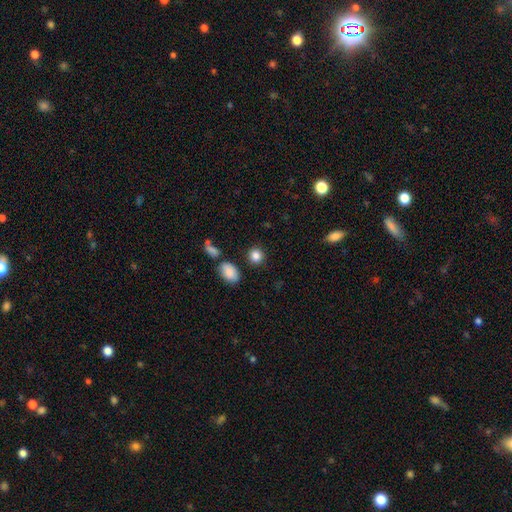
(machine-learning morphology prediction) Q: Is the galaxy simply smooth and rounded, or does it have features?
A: smooth — 85%.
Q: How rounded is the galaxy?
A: round — 79%.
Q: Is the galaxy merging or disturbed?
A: none — 85%.